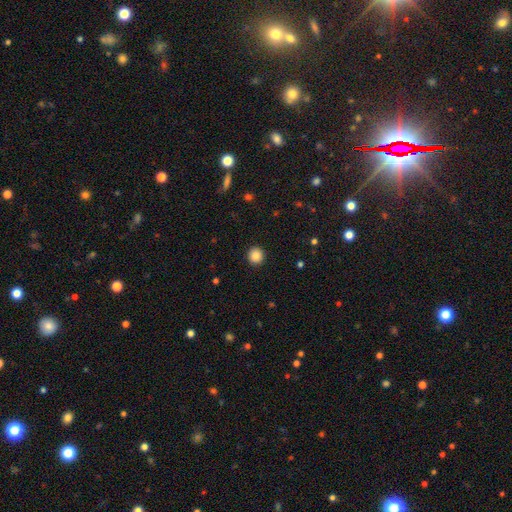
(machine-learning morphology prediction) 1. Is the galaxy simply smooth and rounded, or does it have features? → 87% smooth, 10% star or artifact, 4% featured or disk.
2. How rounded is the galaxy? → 92% round, 7% in between, 1% cigar-shaped.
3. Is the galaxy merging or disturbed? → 92% none, 5% minor disturbance, 2% major disturbance, 1% merger.